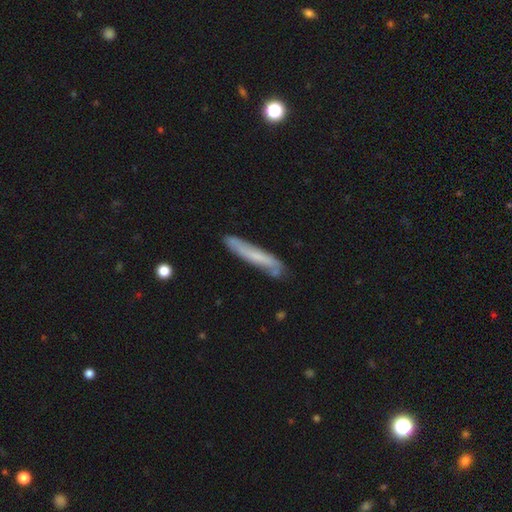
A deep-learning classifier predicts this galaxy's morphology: A smooth galaxy with no disk features (50%).

Vote fractions:
- Smooth or featured? smooth: 50% / featured or disk: 43% / star or artifact: 7%
- Merging? none: 76% / minor disturbance: 18% / major disturbance: 3% / merger: 3%